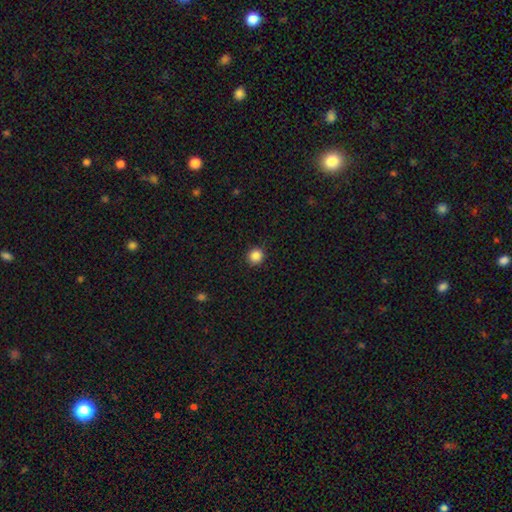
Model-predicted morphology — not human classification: type=smooth (86%); roundness=round (91%); merging=none (91%).